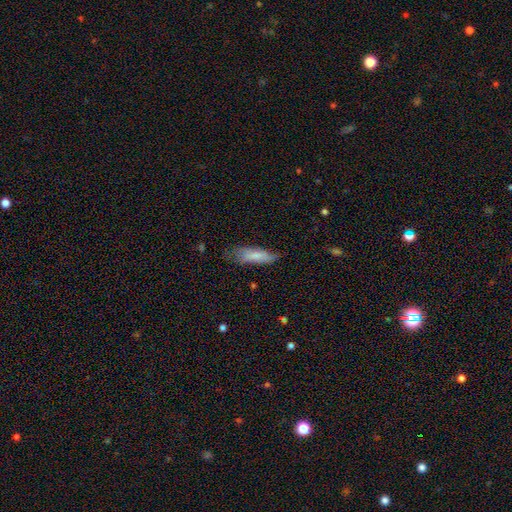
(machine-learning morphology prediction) Smooth or featured?
  - smooth: 72% *
  - featured or disk: 21%
  - star or artifact: 6%
How rounded?
  - in between: 51% *
  - cigar-shaped: 47%
  - round: 2%
Merging?
  - none: 57% *
  - minor disturbance: 31%
  - major disturbance: 11%
  - merger: 2%